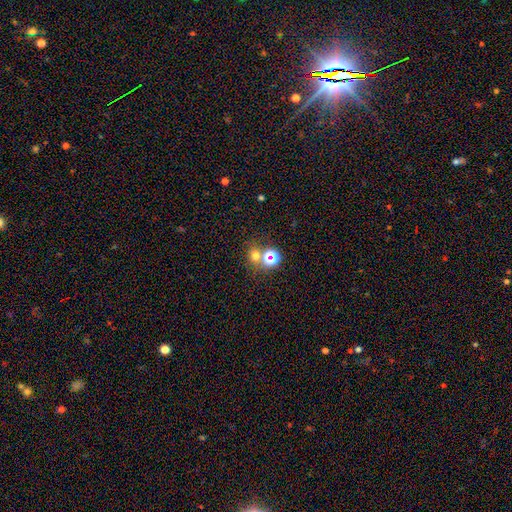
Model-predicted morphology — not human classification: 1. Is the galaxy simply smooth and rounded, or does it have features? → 59% smooth, 33% star or artifact, 8% featured or disk.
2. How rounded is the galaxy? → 81% round, 18% in between, 1% cigar-shaped.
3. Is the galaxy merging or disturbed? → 66% none, 22% merger, 8% minor disturbance, 4% major disturbance.